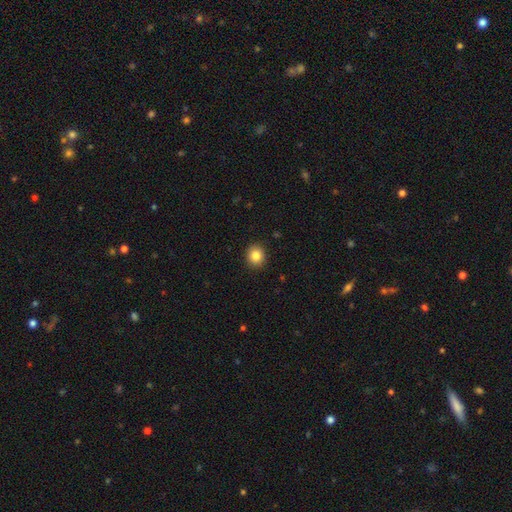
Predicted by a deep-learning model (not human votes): Smooth or featured? Predicted: smooth (p=0.84). How rounded? Predicted: round (p=0.83). Merging? Predicted: none (p=0.91).